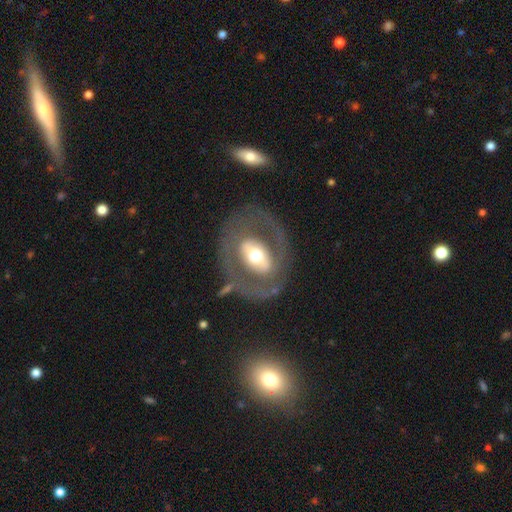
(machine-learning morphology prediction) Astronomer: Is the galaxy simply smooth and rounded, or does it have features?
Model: featured or disk — 67%.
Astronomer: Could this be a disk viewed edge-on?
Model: no — 93%.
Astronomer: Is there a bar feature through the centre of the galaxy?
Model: no — 39% (runner-up: strong, 35%).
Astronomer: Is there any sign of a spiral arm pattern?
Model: no — 67%.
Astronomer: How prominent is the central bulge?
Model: moderate — 61%.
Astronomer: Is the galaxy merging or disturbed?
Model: none — 68%.